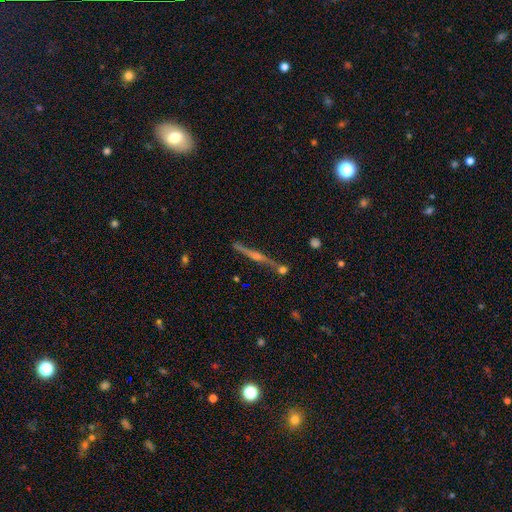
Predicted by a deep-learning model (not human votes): smooth-or-featured: featured or disk: 80% | smooth: 11% | star or artifact: 9%
  disk-edge-on: yes: 97% | no: 3%
    edge-on-bulge: rounded: 83% | boxy: 8% | none: 8%
  merging: none: 77% | minor disturbance: 12% | merger: 8% | major disturbance: 3%